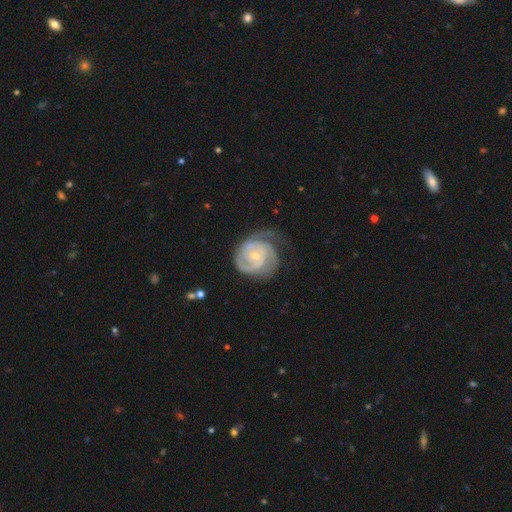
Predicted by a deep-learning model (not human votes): A featured or disk galaxy (86%) with no bar (63%), 2 (43%) tight (66%) spiral arms (96%) and a small central bulge (73%). Merging: none (52%).